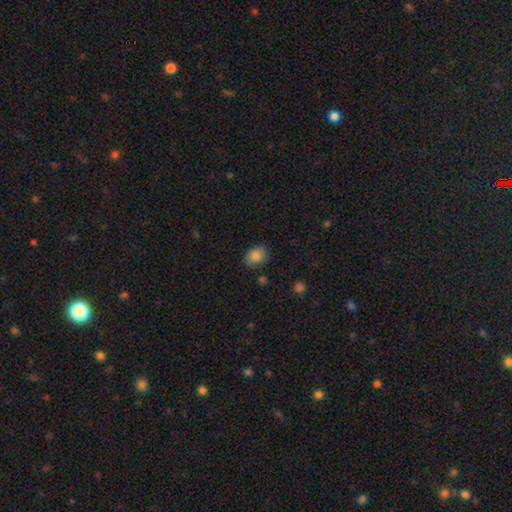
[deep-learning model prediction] This appears to be a smooth galaxy with no disk features (85%) that is in between round and cigar-shaped (65%). Merging: none (82%).